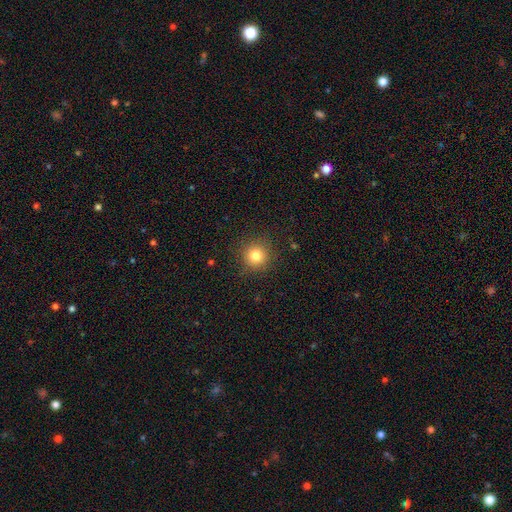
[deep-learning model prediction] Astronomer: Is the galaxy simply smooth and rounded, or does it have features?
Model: smooth — 81%.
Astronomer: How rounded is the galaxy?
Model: round — 94%.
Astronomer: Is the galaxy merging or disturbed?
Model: none — 89%.